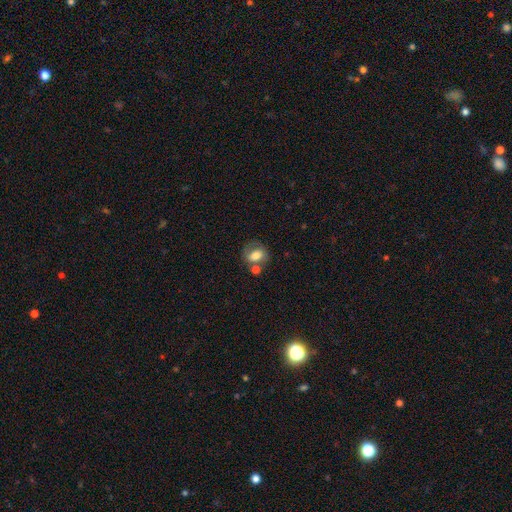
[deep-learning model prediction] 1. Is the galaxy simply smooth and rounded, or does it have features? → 68% smooth, 23% featured or disk, 9% star or artifact.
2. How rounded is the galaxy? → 59% in between, 40% round, 2% cigar-shaped.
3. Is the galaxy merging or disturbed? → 47% none, 25% merger, 18% minor disturbance, 9% major disturbance.